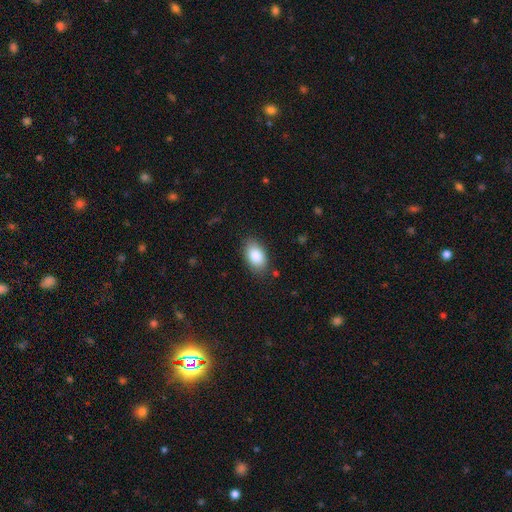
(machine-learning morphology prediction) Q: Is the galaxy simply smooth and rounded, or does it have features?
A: smooth — 85%.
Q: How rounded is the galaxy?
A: in between — 92%.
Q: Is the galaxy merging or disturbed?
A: none — 84%.